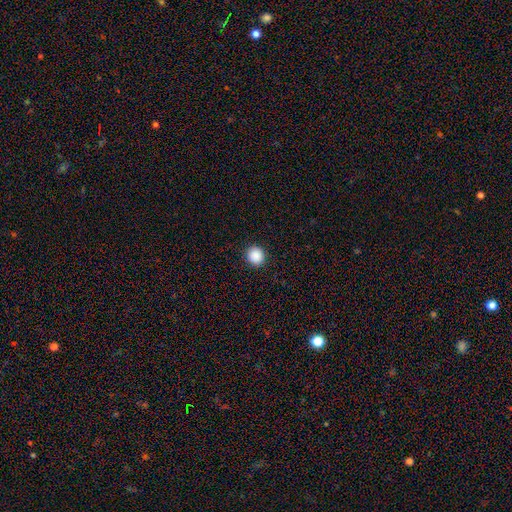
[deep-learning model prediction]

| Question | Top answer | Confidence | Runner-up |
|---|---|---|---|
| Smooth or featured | smooth | 89% | star or artifact (9%) |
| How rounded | round | 91% | in between (8%) |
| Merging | none | 93% | minor disturbance (5%) |